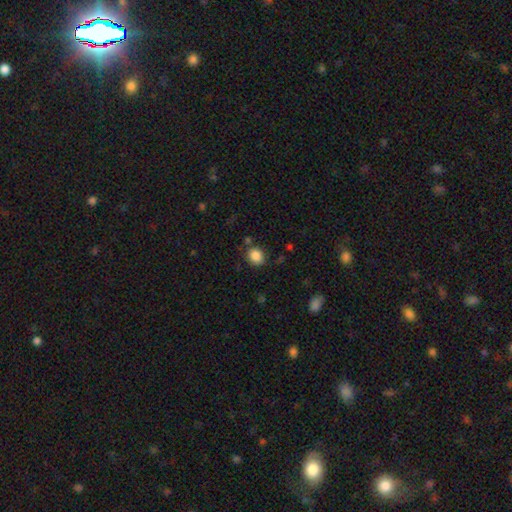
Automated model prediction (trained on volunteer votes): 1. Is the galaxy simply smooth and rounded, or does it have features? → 86% smooth, 10% star or artifact, 4% featured or disk.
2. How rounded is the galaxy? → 70% round, 29% in between, 1% cigar-shaped.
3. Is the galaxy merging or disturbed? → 80% none, 12% minor disturbance, 4% merger, 4% major disturbance.